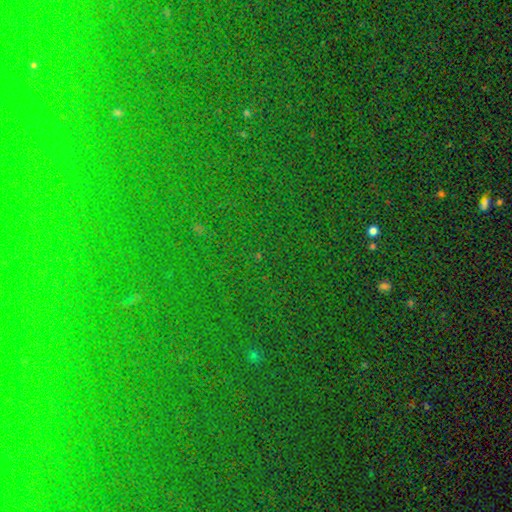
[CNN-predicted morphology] This is clearly a star or artifact rather than a galaxy (82%).